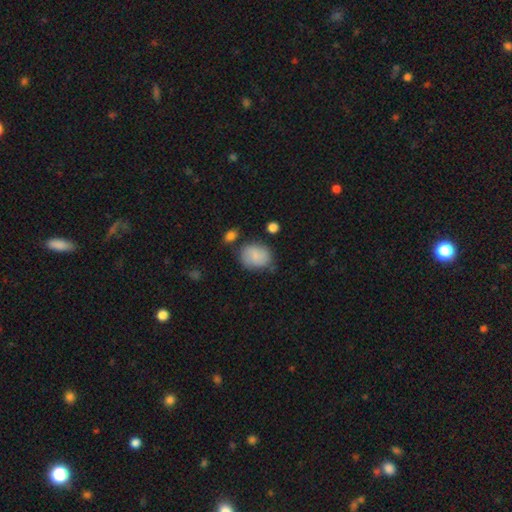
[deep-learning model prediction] Q: Smooth or featured?
A: smooth (76%); runner-up: featured or disk (16%)
Q: How rounded?
A: round (53%); runner-up: in between (46%)
Q: Merging?
A: none (65%); runner-up: minor disturbance (22%)